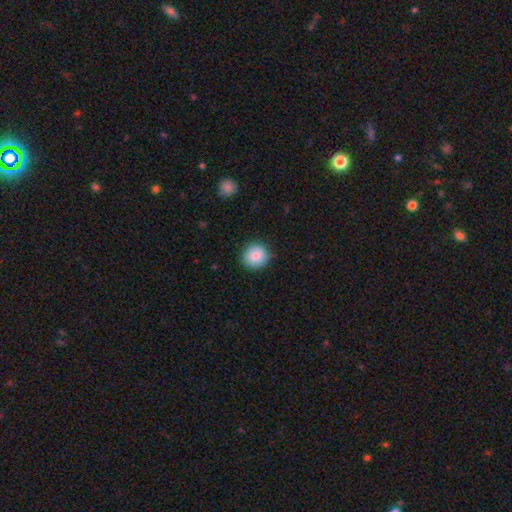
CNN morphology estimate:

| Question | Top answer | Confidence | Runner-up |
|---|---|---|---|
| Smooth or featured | smooth | 86% | star or artifact (8%) |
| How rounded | round | 91% | in between (8%) |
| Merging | none | 87% | minor disturbance (10%) |